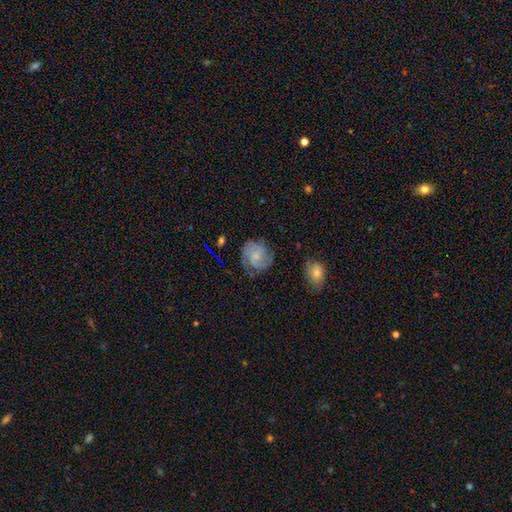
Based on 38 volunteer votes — Q: Smooth or featured?
A: featured or disk (82%); runner-up: smooth (16%)
Q: Edge-on disk?
A: no (97%); runner-up: yes (3%)
Q: Bar?
A: no (50%); runner-up: weak (47%)
Q: Spiral arms?
A: yes (100%)
Q: Spiral winding?
A: medium (47%); runner-up: tight (43%)
Q: Spiral arm count?
A: 2 (90%); runner-up: 1 (3%)
Q: Bulge size?
A: small (40%); runner-up: none (33%)
Q: Merging?
A: none (84%); runner-up: minor disturbance (14%)